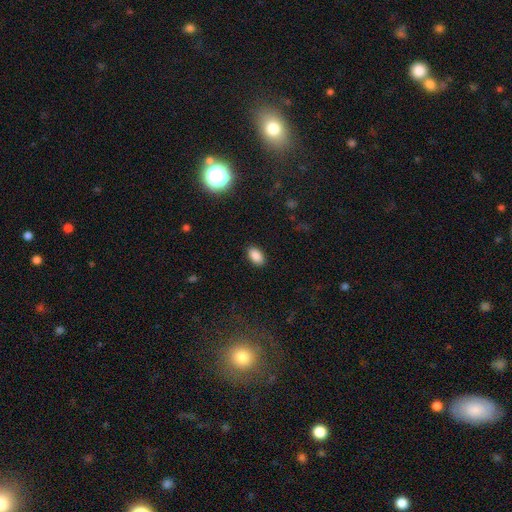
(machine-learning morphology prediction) Smooth or featured?
  - smooth: 88% *
  - star or artifact: 9%
  - featured or disk: 4%
How rounded?
  - in between: 93% *
  - round: 5%
  - cigar-shaped: 2%
Merging?
  - none: 88% *
  - minor disturbance: 8%
  - major disturbance: 2%
  - merger: 1%